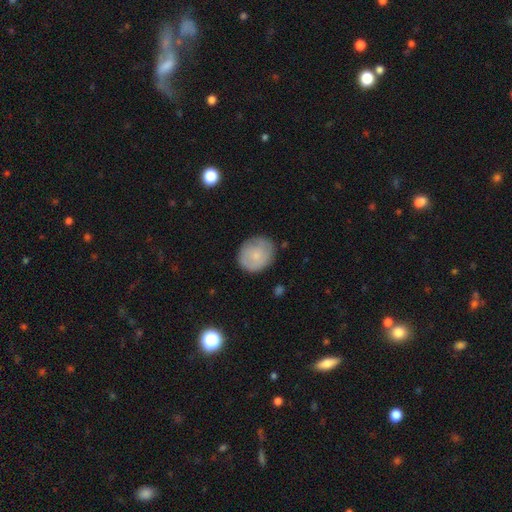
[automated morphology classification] smooth-or-featured: smooth: 72% | featured or disk: 21% | star or artifact: 7%
  how-rounded: round: 77% | in between: 22% | cigar-shaped: 1%
  merging: none: 79% | minor disturbance: 16% | major disturbance: 4% | merger: 1%